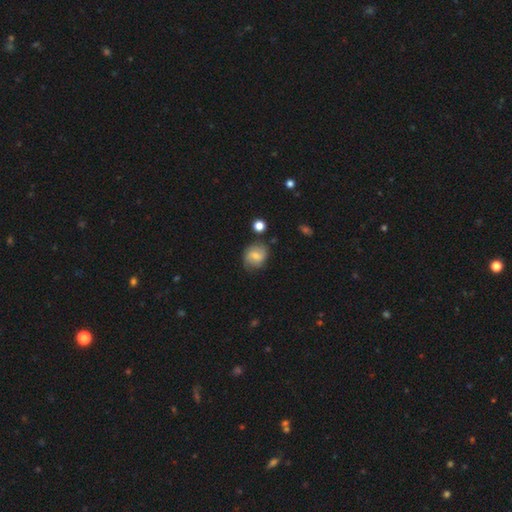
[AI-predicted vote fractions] The model was most divided on "smooth or featured": smooth: 55%, featured or disk: 37%, star or artifact: 9%. More confident: merging — none (72%); how rounded — round (66%).